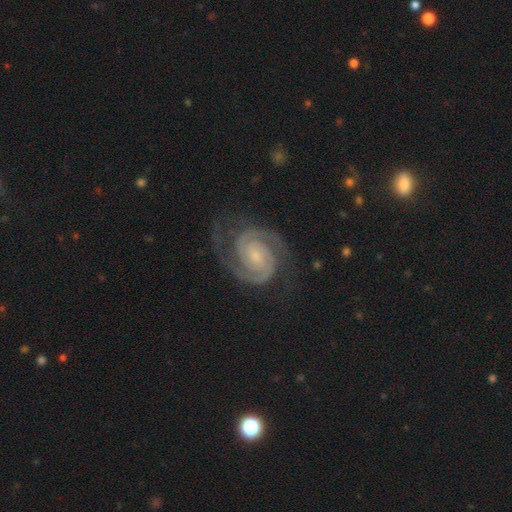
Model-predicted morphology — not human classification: smooth-or-featured: featured or disk: 92% | star or artifact: 4% | smooth: 3%
  disk-edge-on: no: 98% | yes: 2%
    bar: no: 52% | weak: 37% | strong: 11%
    has-spiral-arms: yes: 99% | no: 1%
      spiral-winding: tight: 63% | medium: 33% | loose: 4%
      spiral-arm-count: 2: 92% | 3: 2% | can't tell: 2% | 1: 1% | 4: 1% | more than 4: 1%
    bulge-size: small: 58% | moderate: 29% | none: 10% | large: 2% | dominant: 1%
  merging: none: 78% | minor disturbance: 14% | major disturbance: 6% | merger: 1%